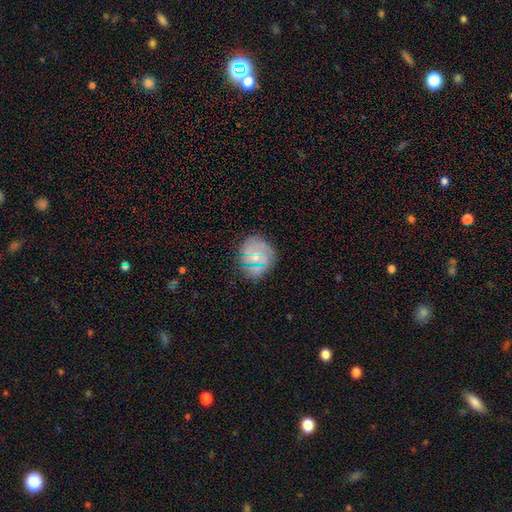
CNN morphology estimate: Overall: smooth (48%; featured or disk 37%). Merging: none (82%).